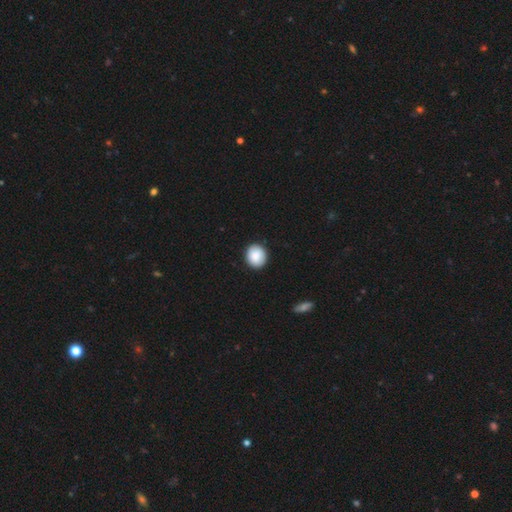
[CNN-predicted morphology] This is clearly a smooth galaxy (89%). How rounded: likely round (77%). Merging: clearly none (90%).